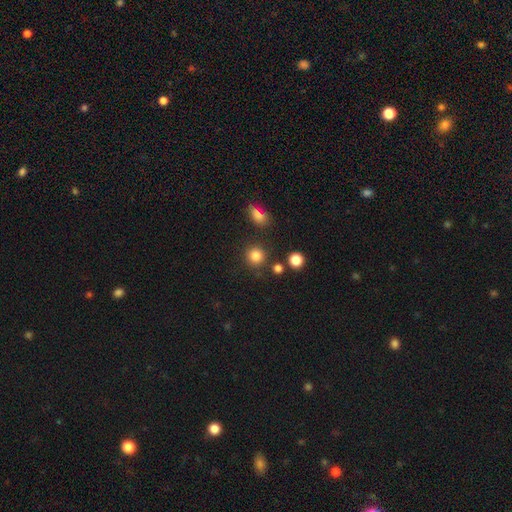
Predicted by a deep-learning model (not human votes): This appears to be a smooth galaxy with no disk features (82%) that is round (91%). Merging: none (84%).